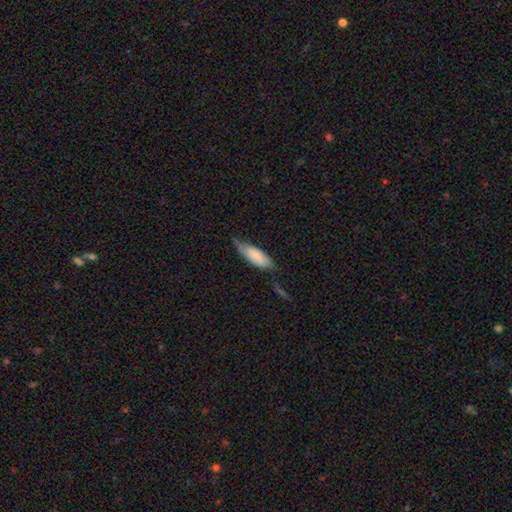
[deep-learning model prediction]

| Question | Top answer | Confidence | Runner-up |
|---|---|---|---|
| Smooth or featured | smooth | 70% | featured or disk (24%) |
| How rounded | in between | 69% | cigar-shaped (29%) |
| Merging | none | 45% | minor disturbance (38%) |